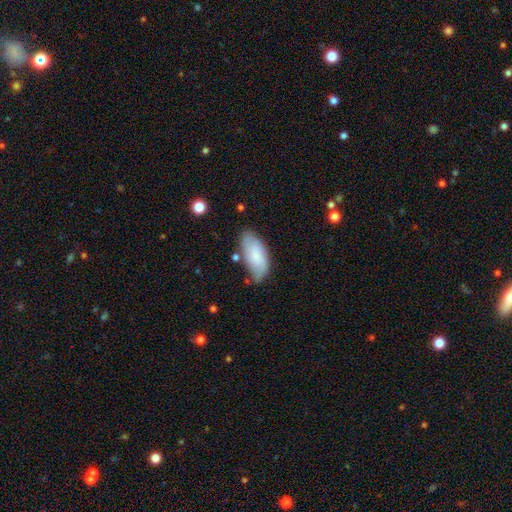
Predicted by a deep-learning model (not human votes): Morphology: type=smooth (72%); roundness=in between (91%); merging=none (66%).